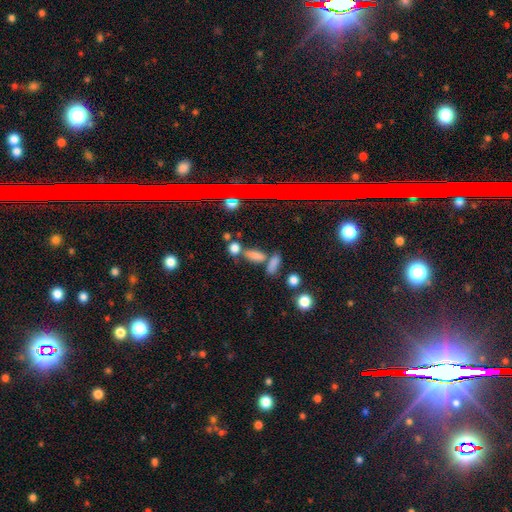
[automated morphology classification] smooth 65%, star or artifact 19%, featured or disk 16%. Down the decision tree: how rounded — in between (63%); merging — none (58%).